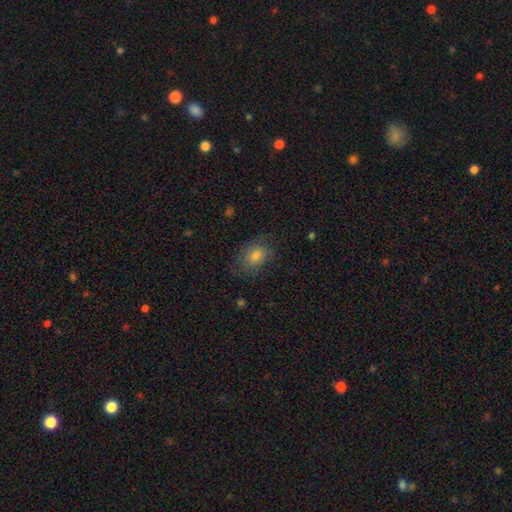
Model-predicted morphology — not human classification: Smooth or featured? Predicted: smooth (p=0.73). How rounded? Predicted: in between (p=0.69). Merging? Predicted: none (p=0.75).